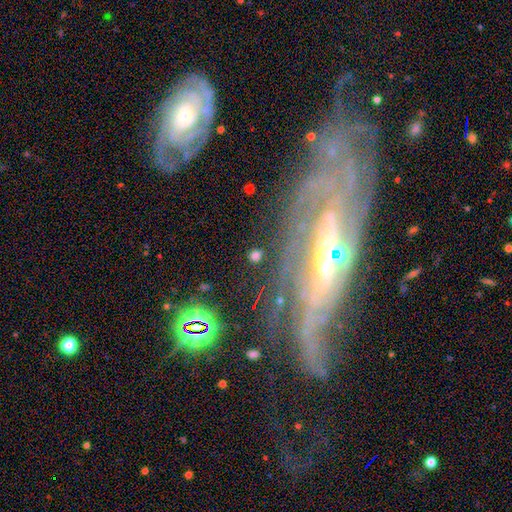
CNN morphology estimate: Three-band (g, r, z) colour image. It shows a smooth galaxy with no disk features (57%) that is round (70%). Merging: none (86%).